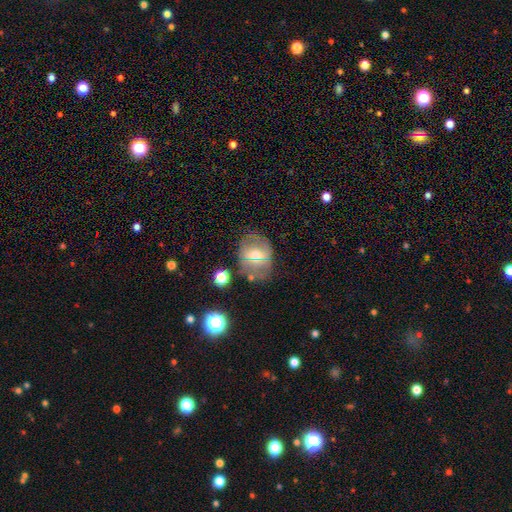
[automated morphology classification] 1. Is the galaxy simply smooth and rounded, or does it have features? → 44% smooth, 43% featured or disk, 13% star or artifact.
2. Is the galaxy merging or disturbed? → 62% none, 22% minor disturbance, 11% major disturbance, 5% merger.